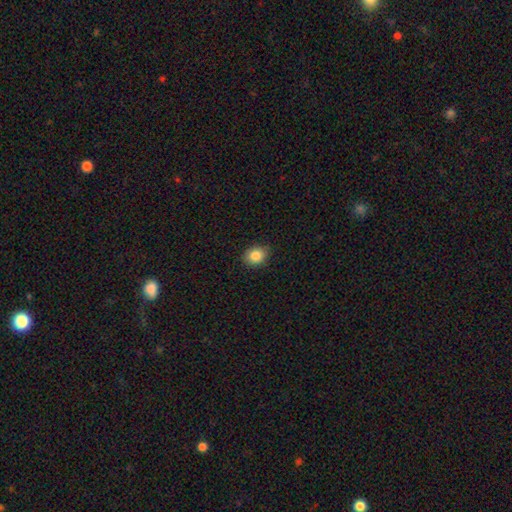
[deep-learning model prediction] smooth_or_featured: smooth (p=0.85) [alt: star or artifact p=0.09]
how_rounded: round (p=0.56) [alt: in between p=0.43]
merging: none (p=0.87) [alt: minor disturbance p=0.10]